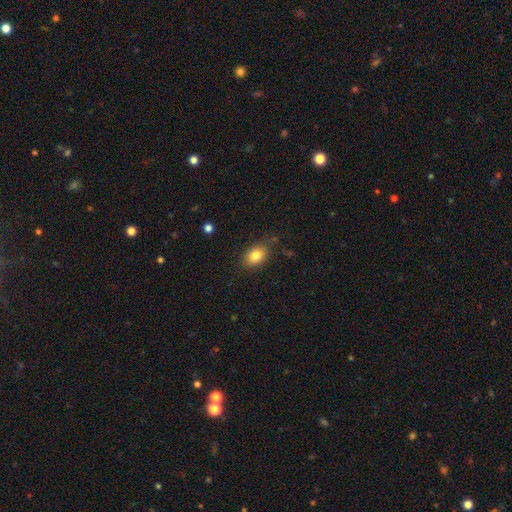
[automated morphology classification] smooth 83%, star or artifact 9%, featured or disk 8%. Down the decision tree: how rounded — in between (76%); merging — none (77%).